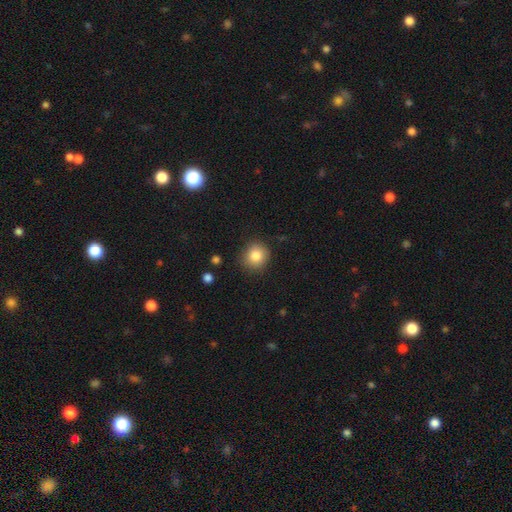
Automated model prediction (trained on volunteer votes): Smooth or featured? Predicted: smooth (p=0.84). How rounded? Predicted: round (p=0.88). Merging? Predicted: none (p=0.85).